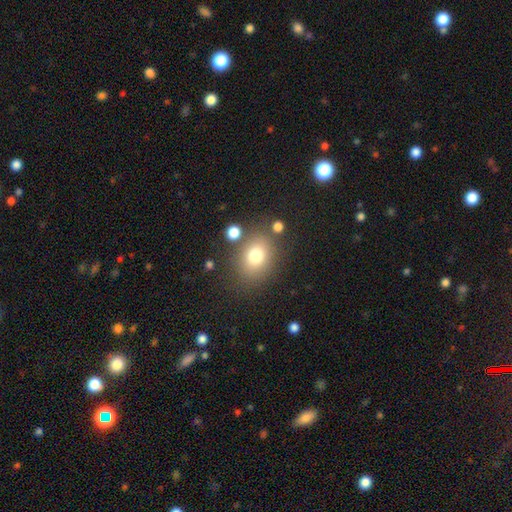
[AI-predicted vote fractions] Smooth or featured: smooth — 77% (star or artifact — 12%)
How rounded: in between — 55% (round — 44%)
Merging: none — 76% (minor disturbance — 13%)